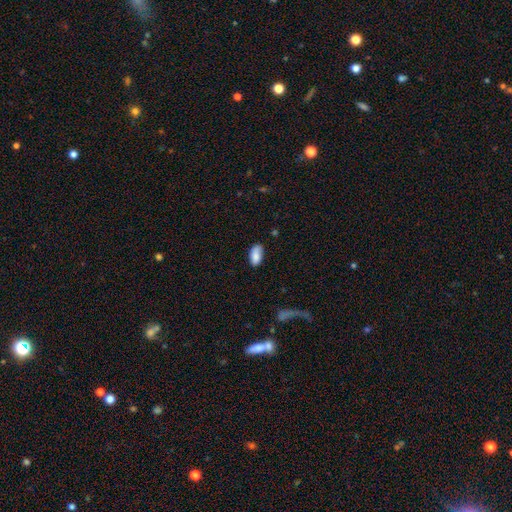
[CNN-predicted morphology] This appears to be a smooth galaxy with no disk features (86%) that is in between round and cigar-shaped (94%). Merging: none (74%).